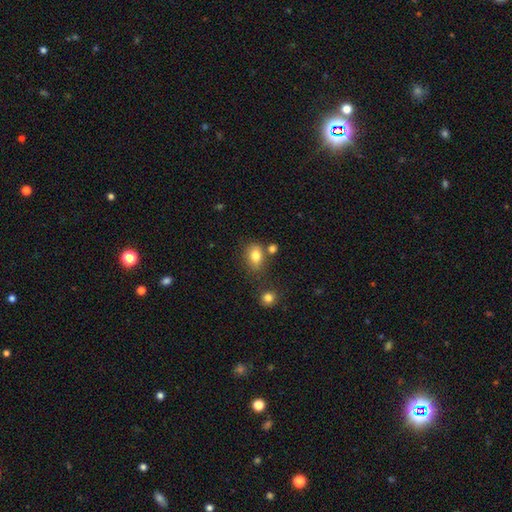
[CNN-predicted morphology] Smooth or featured: smooth — 81% (star or artifact — 10%)
How rounded: in between — 74% (round — 25%)
Merging: none — 66% (minor disturbance — 16%)